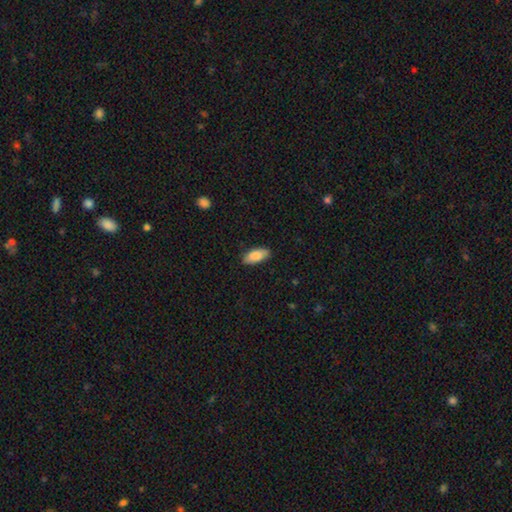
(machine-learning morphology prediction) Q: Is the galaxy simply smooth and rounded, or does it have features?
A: smooth — 86%.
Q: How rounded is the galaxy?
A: in between — 87%.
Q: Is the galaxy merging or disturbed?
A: none — 84%.